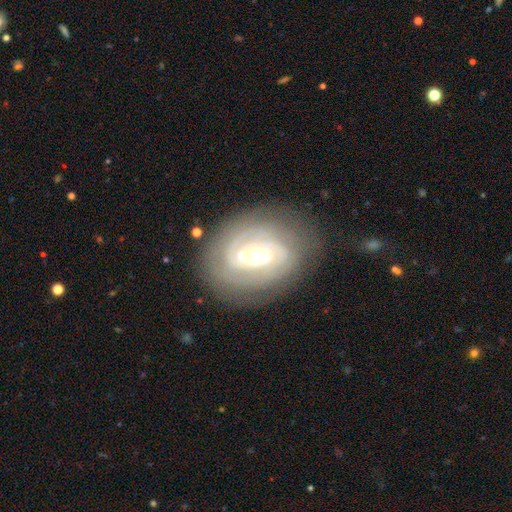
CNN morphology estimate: Smooth or featured: featured or disk — 85% (smooth — 10%)
Edge-on disk: no — 96% (yes — 4%)
Bar: weak — 40% (no — 39%)
Spiral arms: yes — 94% (no — 6%)
Spiral winding: tight — 73% (medium — 21%)
Spiral arm count: 2 — 35% (can't tell — 28%)
Bulge size: moderate — 62% (small — 31%)
Merging: none — 77% (minor disturbance — 15%)